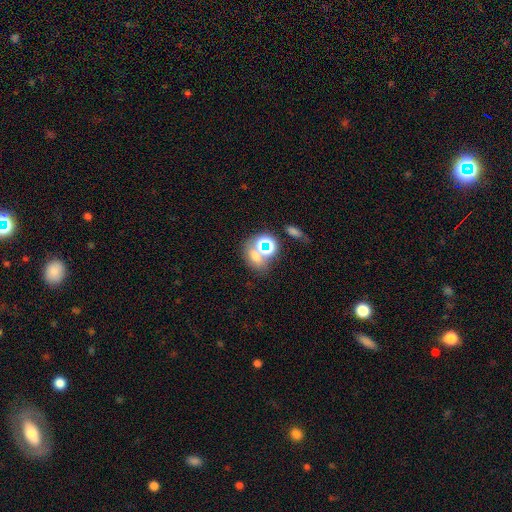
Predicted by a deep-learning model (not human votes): Overall: smooth (48%; star or artifact 37%). Merging: none (48%; merger 32%).